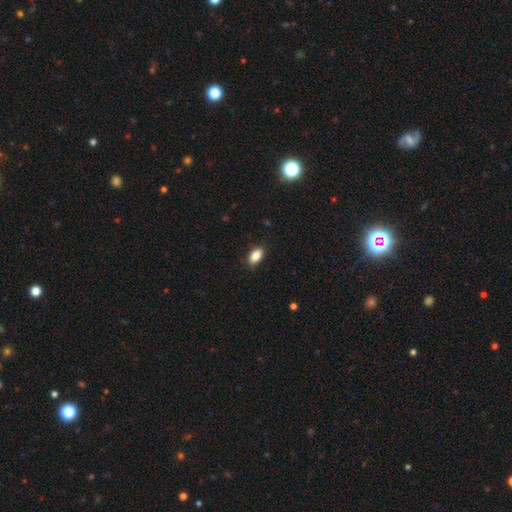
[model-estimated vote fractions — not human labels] Smooth or featured? smooth (87%)
How rounded? in between (92%)
Merging? none (87%)